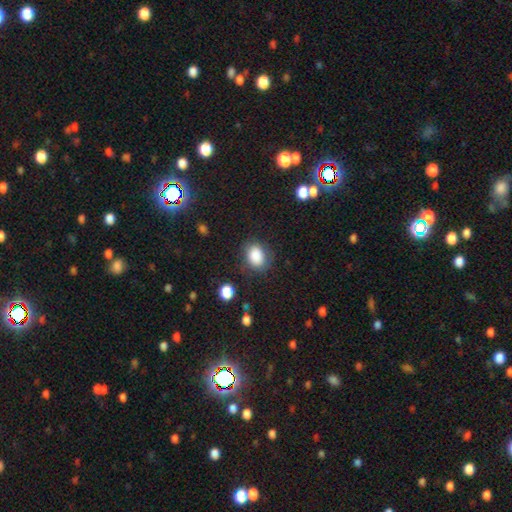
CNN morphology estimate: Overall: smooth (86%). How rounded: in between (59%; round 40%). Merging: none (75%).